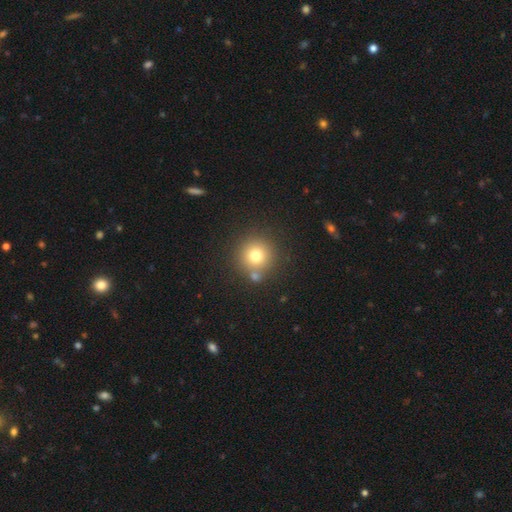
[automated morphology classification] Q: Smooth or featured?
A: smooth (75%); runner-up: star or artifact (14%)
Q: How rounded?
A: round (94%); runner-up: in between (5%)
Q: Merging?
A: none (76%); runner-up: merger (13%)